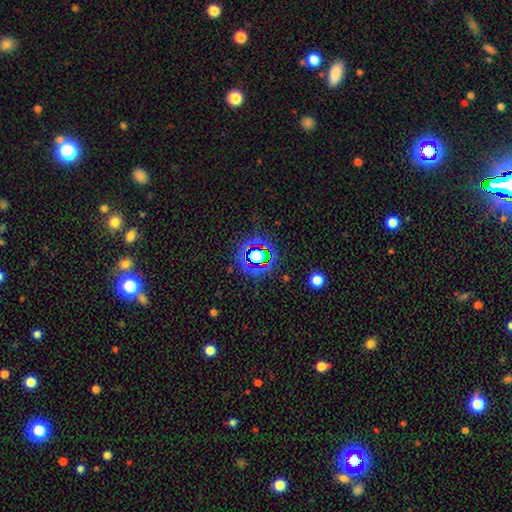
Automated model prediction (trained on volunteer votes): Morphology: type=star or artifact (64%).